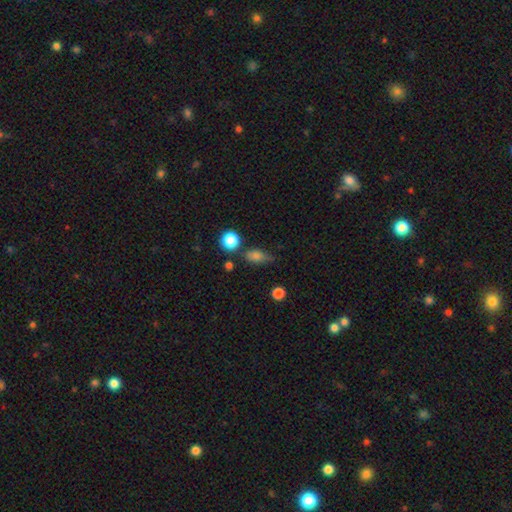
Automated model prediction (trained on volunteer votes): A smooth galaxy with no disk features (76%) that is in between round and cigar-shaped (64%). Merging: none (54%).